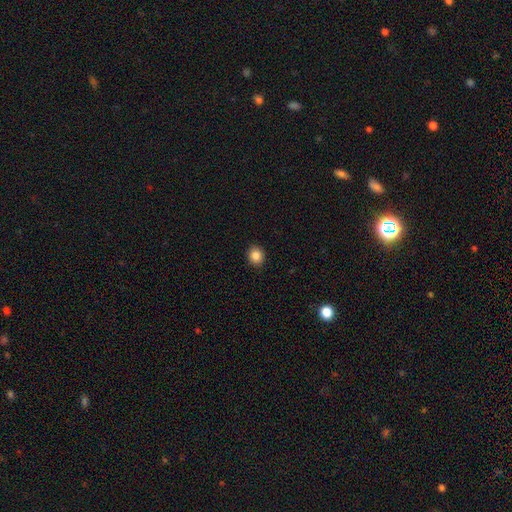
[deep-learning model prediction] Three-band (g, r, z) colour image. It shows a smooth galaxy with no disk features (86%) that is round (75%). Merging: none (92%).